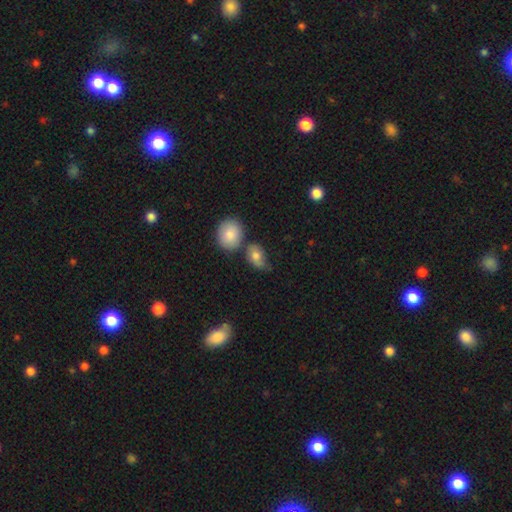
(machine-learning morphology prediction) This is likely a smooth galaxy (77%). How rounded: likely in between (72%). Merging: marginally none (43%).